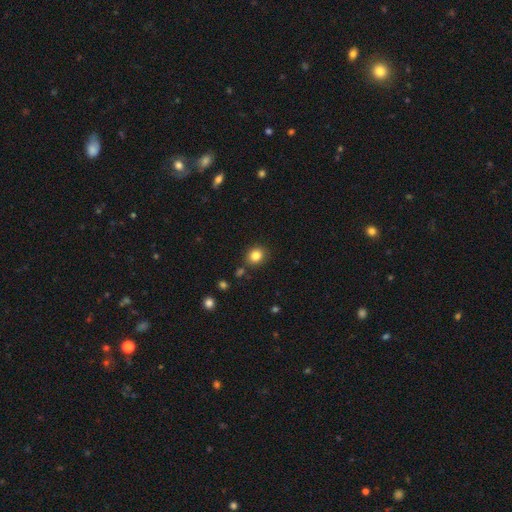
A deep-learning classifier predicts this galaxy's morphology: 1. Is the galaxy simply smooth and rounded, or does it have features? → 83% smooth, 11% star or artifact, 6% featured or disk.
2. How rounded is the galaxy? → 73% round, 27% in between, 1% cigar-shaped.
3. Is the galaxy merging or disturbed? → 85% none, 9% minor disturbance, 4% merger, 3% major disturbance.